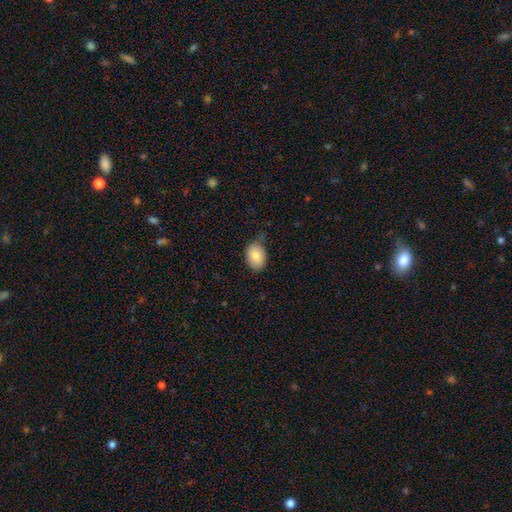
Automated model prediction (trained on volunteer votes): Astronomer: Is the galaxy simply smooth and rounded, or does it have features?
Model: smooth — 83%.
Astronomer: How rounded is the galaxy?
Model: in between — 75%.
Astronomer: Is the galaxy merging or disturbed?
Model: none — 63%.